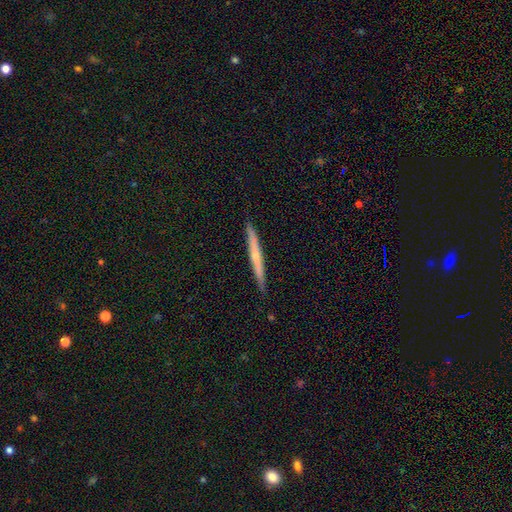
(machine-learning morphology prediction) Smooth or featured? Predicted: featured or disk (p=0.57). Edge-on disk? Predicted: yes (p=0.96). Edge-on bulge? Predicted: rounded (p=0.53). Merging? Predicted: none (p=0.89).